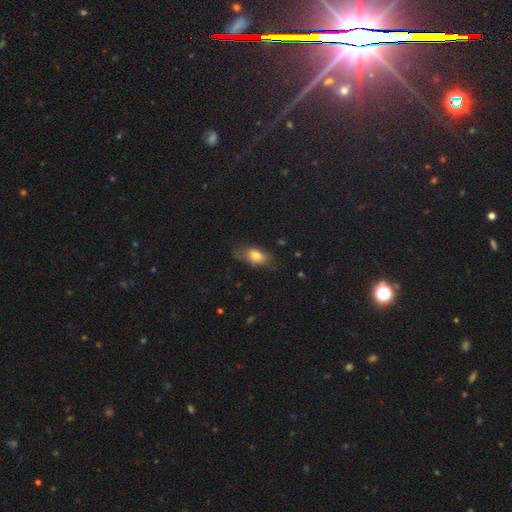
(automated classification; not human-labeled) smooth 75%, featured or disk 16%, star or artifact 9%. Down the decision tree: how rounded — in between (85%); merging — none (59%).